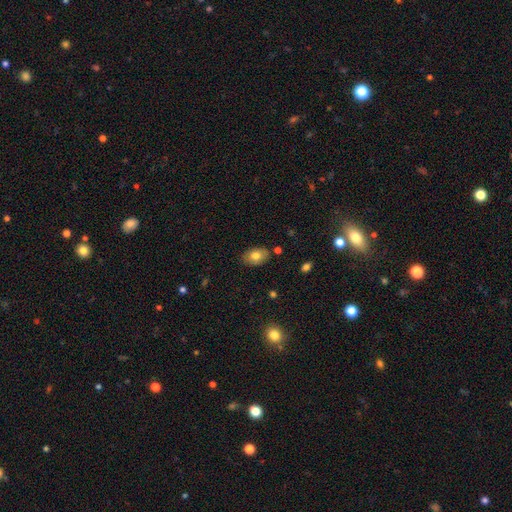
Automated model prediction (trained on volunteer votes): Overall: smooth (75%). How rounded: in between (85%). Merging: none (83%).